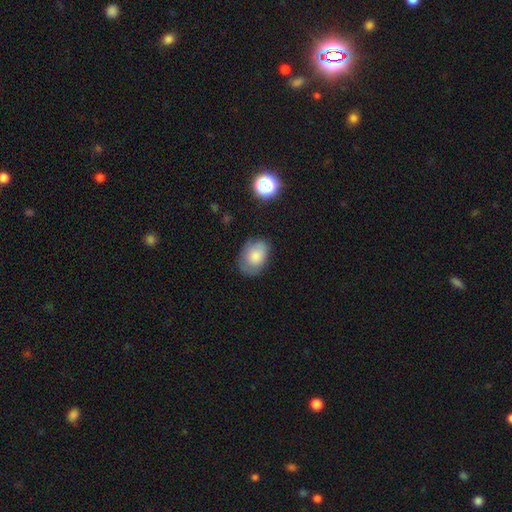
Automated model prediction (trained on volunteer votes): Morphology: type=smooth (76%); roundness=in between (77%); merging=none (66%).